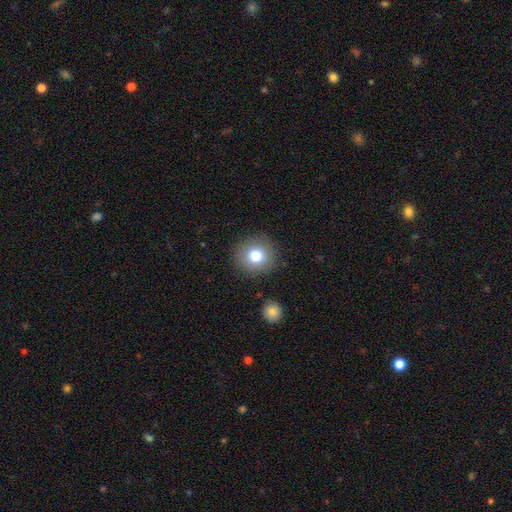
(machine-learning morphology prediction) Q: Smooth or featured?
A: smooth (78%); runner-up: featured or disk (11%)
Q: How rounded?
A: round (90%); runner-up: in between (9%)
Q: Merging?
A: none (86%); runner-up: minor disturbance (8%)